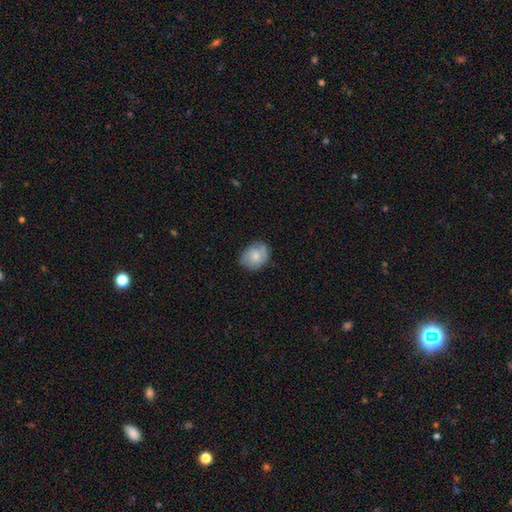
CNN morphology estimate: A smooth galaxy with no disk features (66%) that is round (52%). Merging: none (73%).